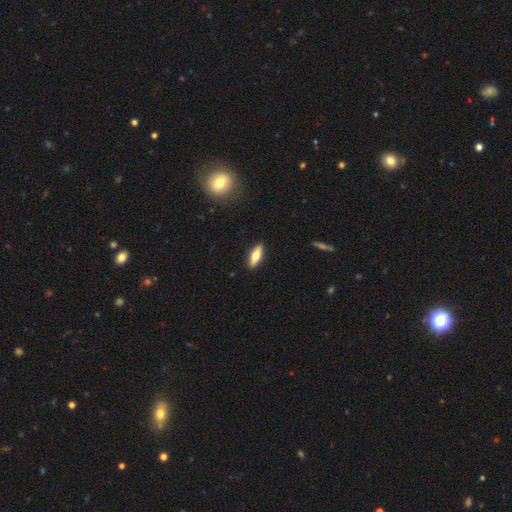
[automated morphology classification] smooth-or-featured: smooth: 62% | featured or disk: 32% | star or artifact: 6%
  how-rounded: in between: 56% | cigar-shaped: 42% | round: 2%
  merging: none: 89% | minor disturbance: 8% | major disturbance: 2% | merger: 1%